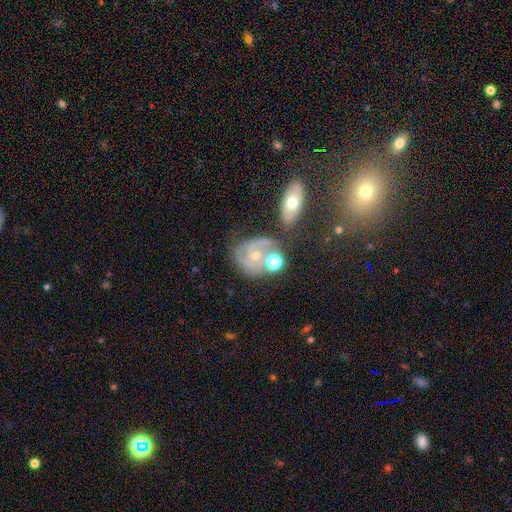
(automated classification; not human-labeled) Overall: featured or disk (64%; smooth 26%). Edge-on disk: no (97%). Bar: no (74%). Spiral arms: yes (82%). Spiral arm count: 2 (55%; can't tell 20%). Spiral winding: medium (45%; tight 35%). Bulge size: small (48%; moderate 46%). Merging: none (44%; merger 23%).